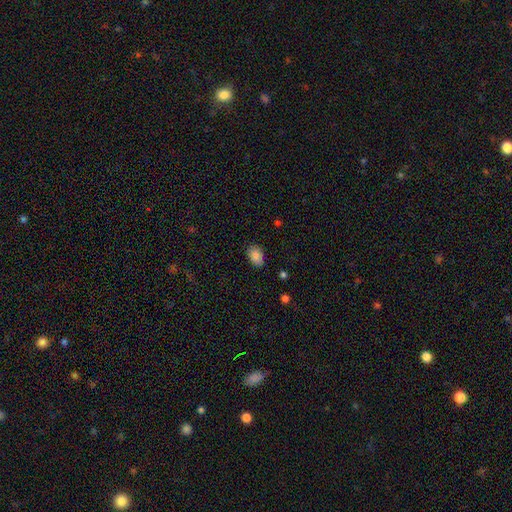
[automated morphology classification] Smooth or featured: smooth — 85% (star or artifact — 8%)
How rounded: in between — 85% (round — 14%)
Merging: none — 83% (minor disturbance — 14%)